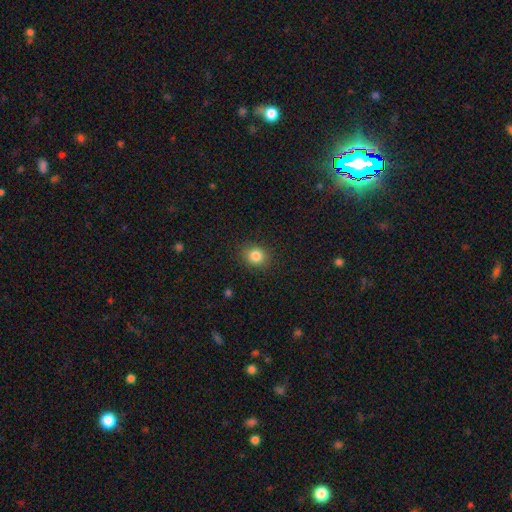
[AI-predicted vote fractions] smooth_or_featured: smooth (p=0.84) [alt: star or artifact p=0.11]
how_rounded: round (p=0.73) [alt: in between p=0.26]
merging: none (p=0.88) [alt: minor disturbance p=0.09]